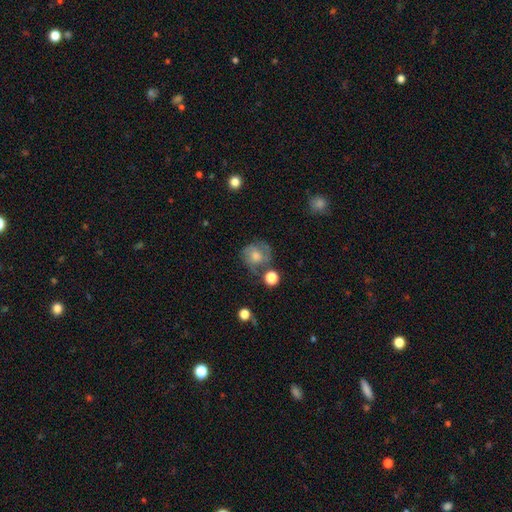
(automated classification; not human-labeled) Smooth or featured?
  - featured or disk: 58% *
  - smooth: 30%
  - star or artifact: 11%
Edge-on disk?
  - no: 97% *
  - yes: 3%
Bar?
  - no: 69% *
  - weak: 27%
  - strong: 5%
Spiral arms?
  - yes: 83% *
  - no: 17%
Bulge size?
  - moderate: 55% *
  - small: 25%
  - large: 12%
  - none: 6%
  - dominant: 2%
Merging?
  - none: 63% *
  - minor disturbance: 20%
  - major disturbance: 11%
  - merger: 7%